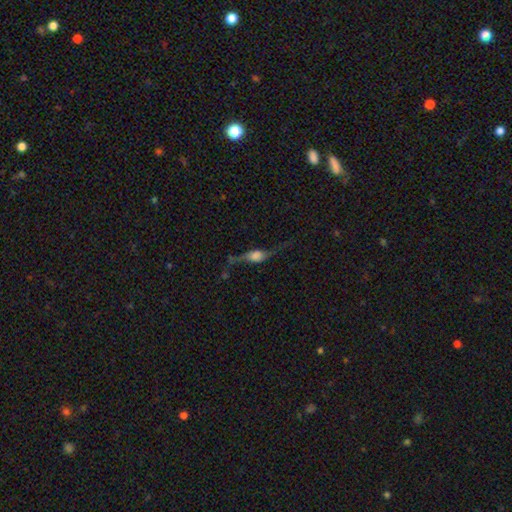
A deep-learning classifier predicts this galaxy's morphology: This appears to be a featured or disk galaxy (72%) viewed edge-on (63%). Merging: none (55%).